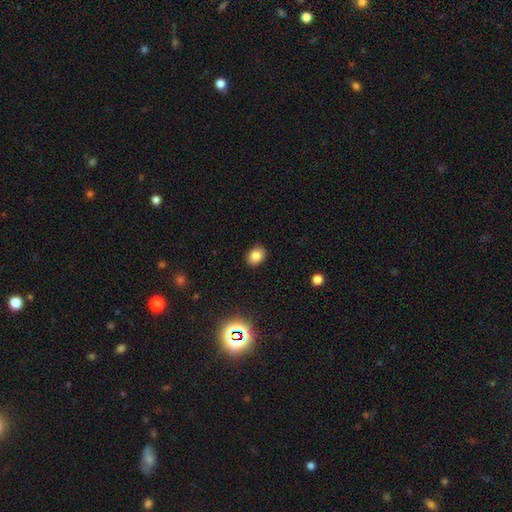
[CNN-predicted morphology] smooth_or_featured: smooth (p=0.83) [alt: star or artifact p=0.11]
how_rounded: in between (p=0.65) [alt: round p=0.34]
merging: none (p=0.86) [alt: minor disturbance p=0.10]